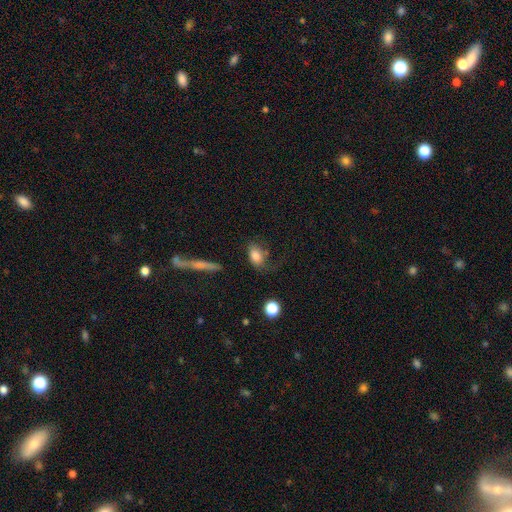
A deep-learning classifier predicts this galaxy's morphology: smooth-or-featured: smooth: 75% | featured or disk: 16% | star or artifact: 9%
  how-rounded: in between: 82% | round: 14% | cigar-shaped: 4%
  merging: none: 42% | major disturbance: 28% | minor disturbance: 24% | merger: 6%